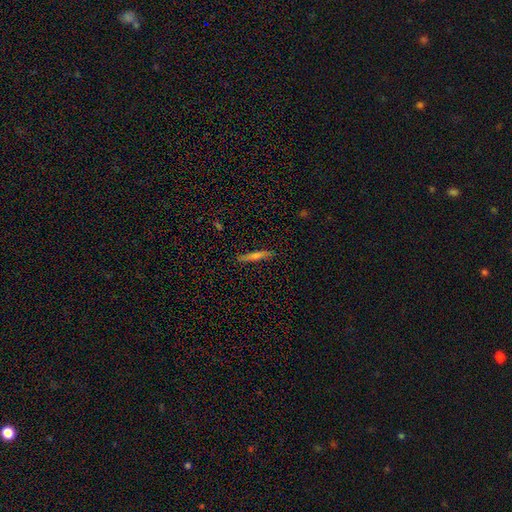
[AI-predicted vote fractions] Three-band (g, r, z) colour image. It shows a smooth galaxy with no disk features (50%) that is cigar-shaped (92%). Merging: none (89%).